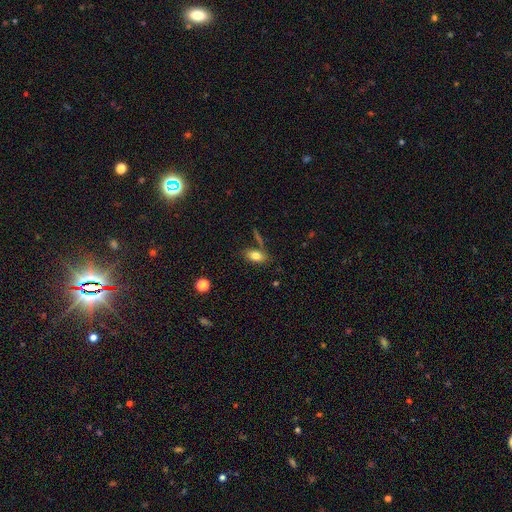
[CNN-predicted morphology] smooth_or_featured: smooth (p=0.80) [alt: featured or disk p=0.11]
how_rounded: in between (p=0.87) [alt: round p=0.08]
merging: none (p=0.71) [alt: minor disturbance p=0.14]